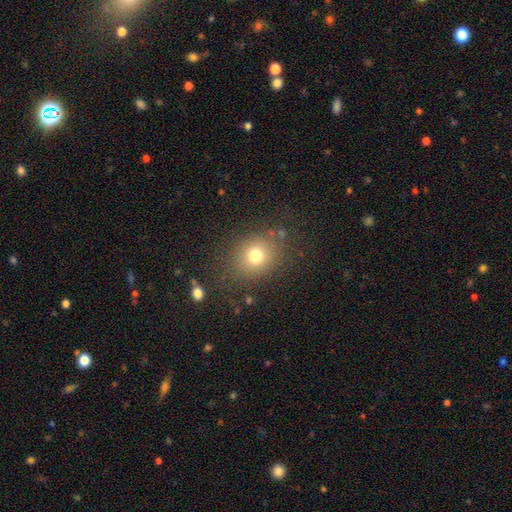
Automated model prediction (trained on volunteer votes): smooth 75%, star or artifact 15%, featured or disk 10%. Down the decision tree: how rounded — round (64%); merging — none (79%).